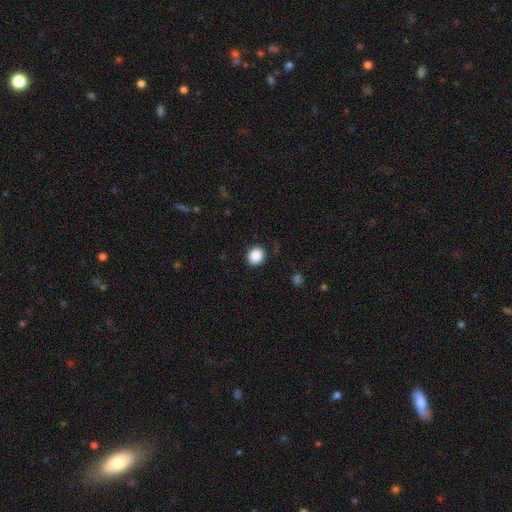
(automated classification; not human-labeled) Smooth or featured? smooth (87%)
How rounded? round (84%)
Merging? none (89%)